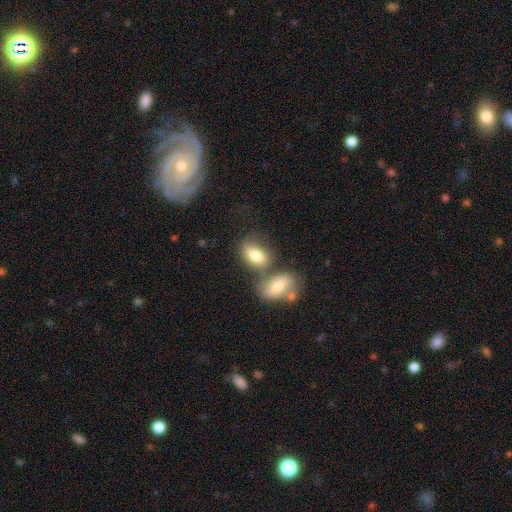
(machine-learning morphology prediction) The model was most divided on "merging": none: 45%, merger: 36%, minor disturbance: 13%, major disturbance: 5%. More confident: how rounded — in between (87%); smooth or featured — smooth (76%).